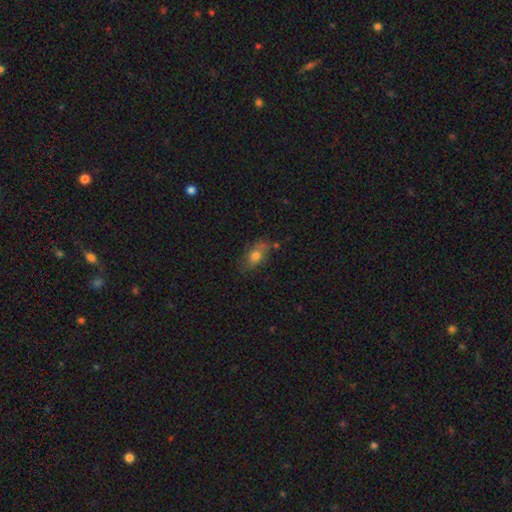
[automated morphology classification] The model was most divided on "merging": none: 62%, minor disturbance: 24%, major disturbance: 8%, merger: 6%. More confident: how rounded — in between (81%); smooth or featured — smooth (69%).